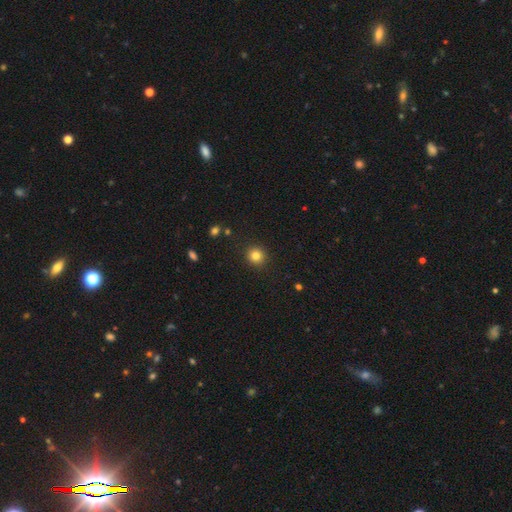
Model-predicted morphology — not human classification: smooth_or_featured: smooth (p=0.82) [alt: star or artifact p=0.12]
how_rounded: round (p=0.93) [alt: in between p=0.06]
merging: none (p=0.91) [alt: minor disturbance p=0.05]